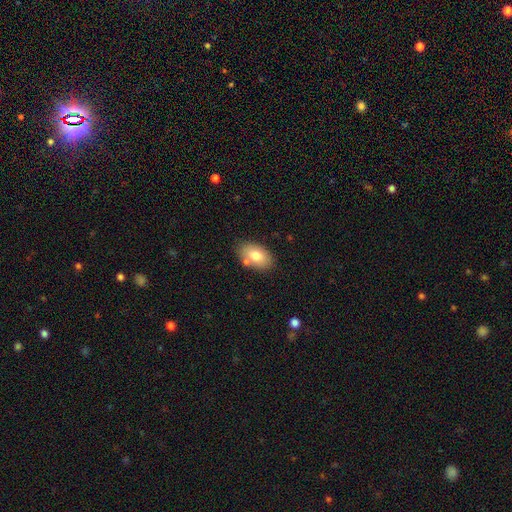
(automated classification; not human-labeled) Smooth or featured?
  - smooth: 77% *
  - featured or disk: 16%
  - star or artifact: 7%
How rounded?
  - in between: 91% *
  - round: 8%
  - cigar-shaped: 1%
Merging?
  - none: 75% *
  - minor disturbance: 14%
  - merger: 8%
  - major disturbance: 3%